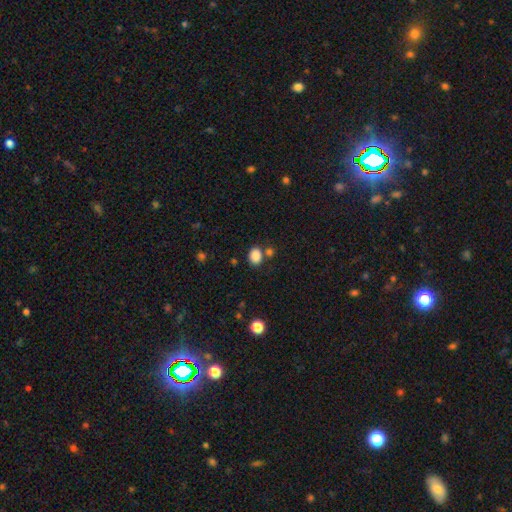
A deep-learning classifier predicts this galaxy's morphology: A smooth galaxy with no disk features (86%) that is in between round and cigar-shaped (59%).

Vote fractions:
- Smooth or featured? smooth: 86% / star or artifact: 10% / featured or disk: 4%
- How rounded? in between: 59% / round: 40% / cigar-shaped: 1%
- Merging? none: 71% / merger: 15% / minor disturbance: 11% / major disturbance: 4%